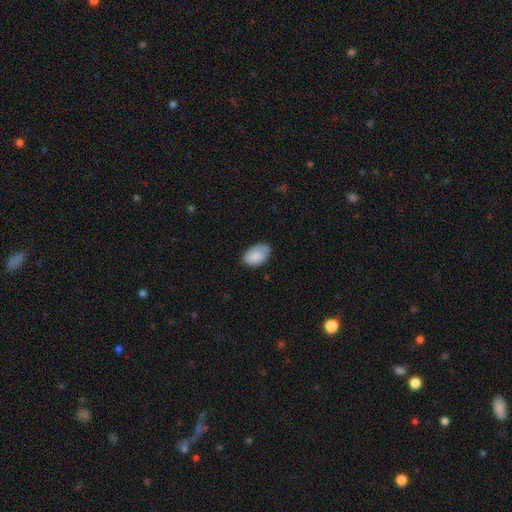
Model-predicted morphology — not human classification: Overall: smooth (84%). How rounded: in between (92%). Merging: none (70%).